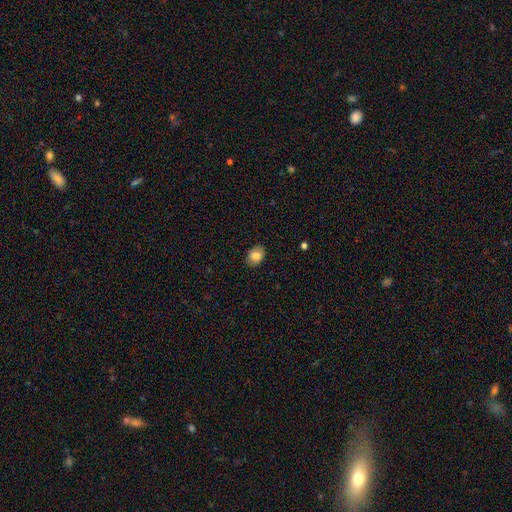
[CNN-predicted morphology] smooth_or_featured: smooth (p=0.83) [alt: featured or disk p=0.09]
how_rounded: in between (p=0.78) [alt: round p=0.21]
merging: none (p=0.87) [alt: minor disturbance p=0.10]